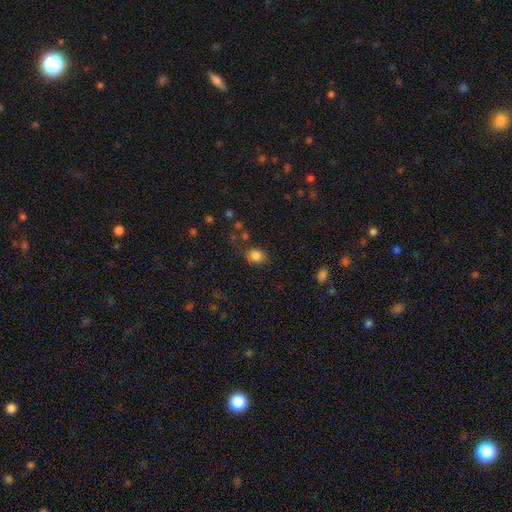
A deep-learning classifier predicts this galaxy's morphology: smooth 82%, star or artifact 12%, featured or disk 5%. Down the decision tree: how rounded — round (55%); merging — none (71%).